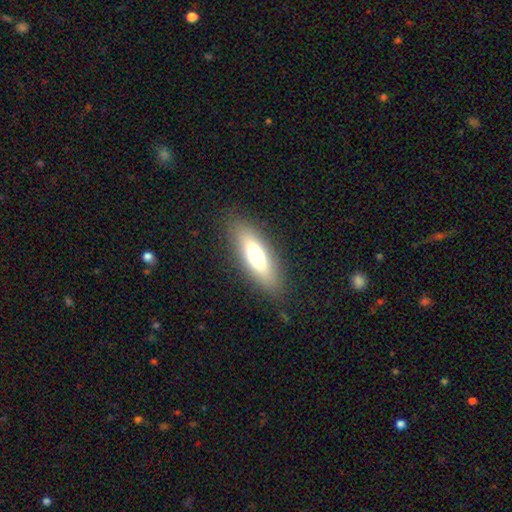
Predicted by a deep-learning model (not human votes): A smooth galaxy with no disk features (60%) that is in between round and cigar-shaped (56%). Merging: none (86%).